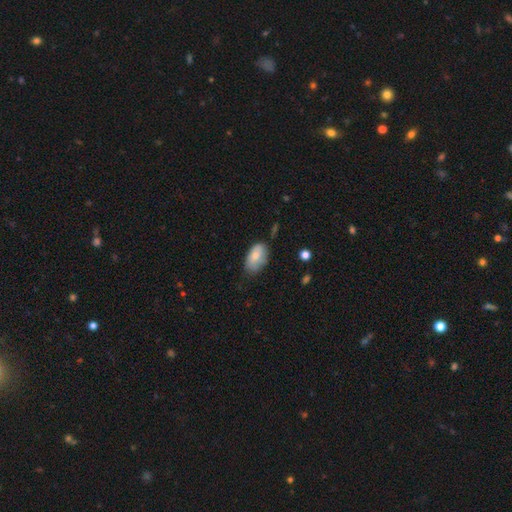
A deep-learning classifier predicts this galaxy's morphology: Smooth or featured: smooth — 75% (featured or disk — 18%)
How rounded: in between — 92% (round — 6%)
Merging: none — 66% (minor disturbance — 28%)